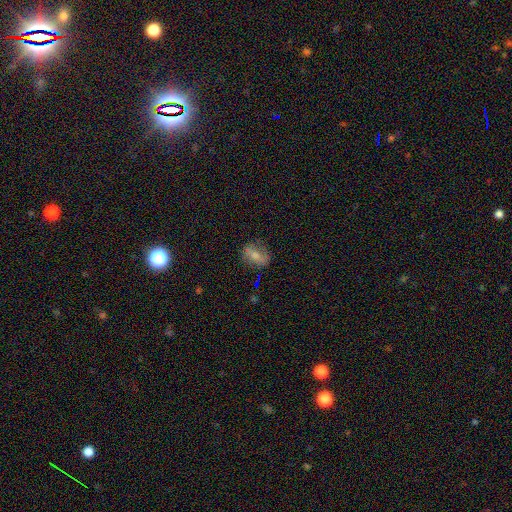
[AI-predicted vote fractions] Smooth or featured?
  - smooth: 50% *
  - featured or disk: 34%
  - star or artifact: 15%
How rounded?
  - in between: 58% *
  - round: 39%
  - cigar-shaped: 4%
Merging?
  - none: 71% *
  - minor disturbance: 19%
  - major disturbance: 7%
  - merger: 2%